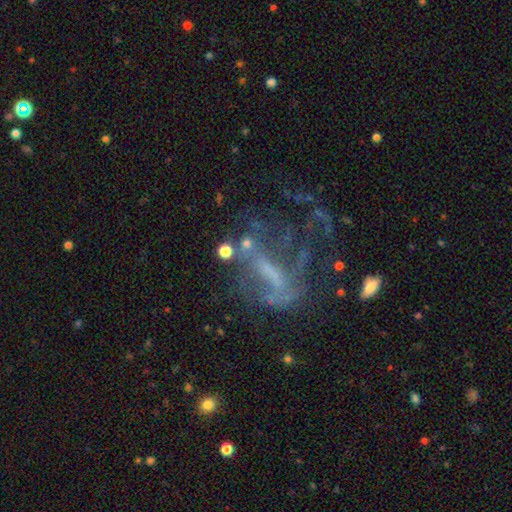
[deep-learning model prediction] featured or disk 63%, star or artifact 21%, smooth 16%. Down the decision tree: edge-on disk — no (92%); bar — no (43%); spiral arms — no (61%); bulge size — none (48%); merging — major disturbance (45%).